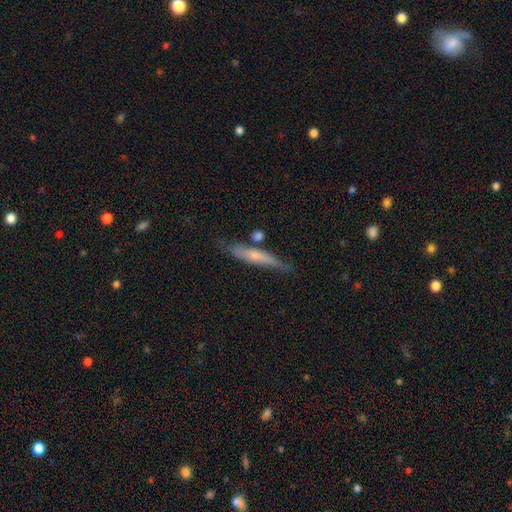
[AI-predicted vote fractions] Smooth or featured? smooth (55%)
How rounded? cigar-shaped (90%)
Merging? none (68%)